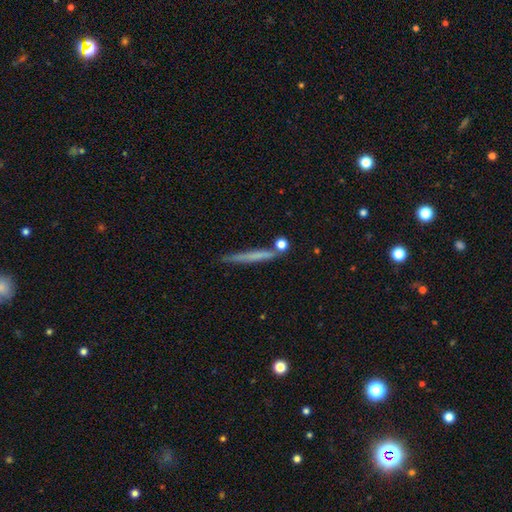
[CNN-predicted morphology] Q: Smooth or featured?
A: smooth (58%); runner-up: featured or disk (35%)
Q: How rounded?
A: cigar-shaped (95%); runner-up: in between (3%)
Q: Merging?
A: none (78%); runner-up: minor disturbance (12%)